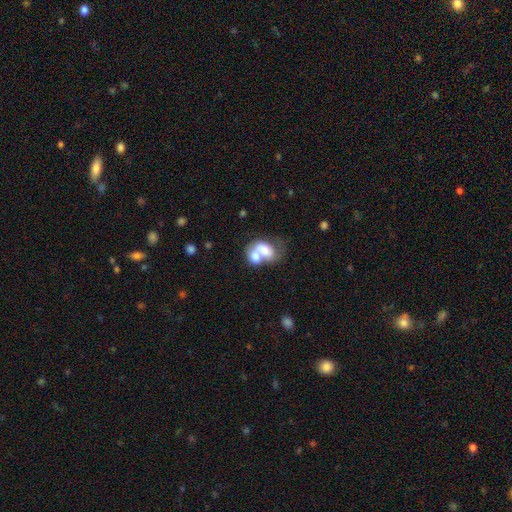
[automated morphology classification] smooth_or_featured: smooth (p=0.60) [alt: featured or disk p=0.33]
how_rounded: in between (p=0.71) [alt: round p=0.28]
merging: merger (p=0.77) [alt: none p=0.11]